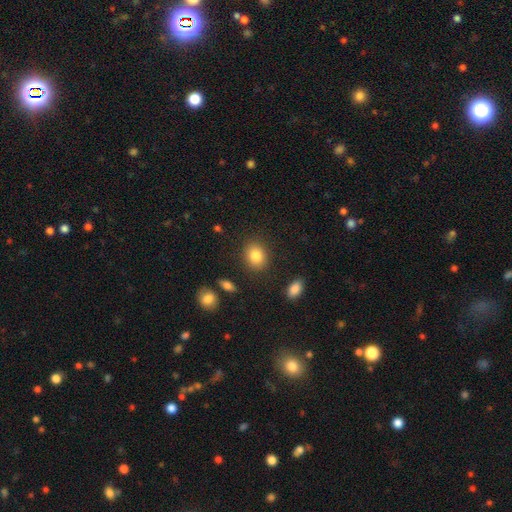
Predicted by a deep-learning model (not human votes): A smooth galaxy with no disk features (85%) that is round (54%). Merging: none (86%).